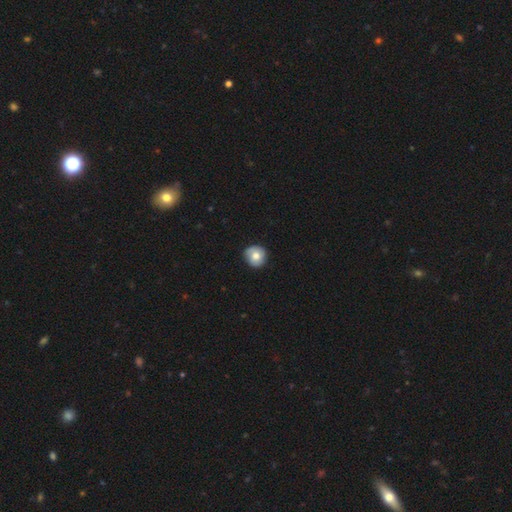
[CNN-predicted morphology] A smooth galaxy with no disk features (75%) that is round (91%).

Vote fractions:
- Smooth or featured? smooth: 75% / featured or disk: 17% / star or artifact: 8%
- How rounded? round: 91% / in between: 8% / cigar-shaped: 1%
- Merging? none: 82% / minor disturbance: 14% / major disturbance: 3% / merger: 1%